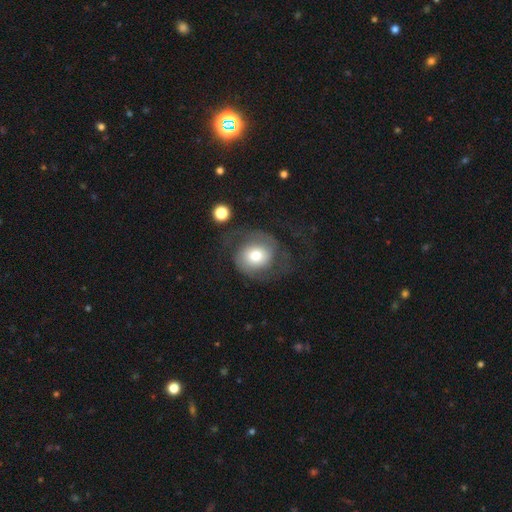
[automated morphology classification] Smooth or featured?
  - featured or disk: 53% *
  - smooth: 40%
  - star or artifact: 8%
Edge-on disk?
  - no: 97% *
  - yes: 3%
Bar?
  - no: 75% *
  - weak: 20%
  - strong: 5%
Spiral arms?
  - yes: 80% *
  - no: 20%
Bulge size?
  - moderate: 61% *
  - large: 19%
  - small: 14%
  - dominant: 4%
  - none: 2%
Merging?
  - none: 52% *
  - major disturbance: 28%
  - minor disturbance: 17%
  - merger: 3%